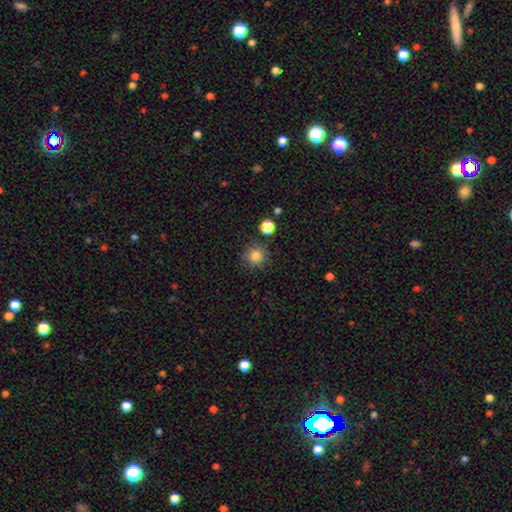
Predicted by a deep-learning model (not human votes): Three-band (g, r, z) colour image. It shows a smooth galaxy with no disk features (83%) that is round (93%). Merging: none (84%).